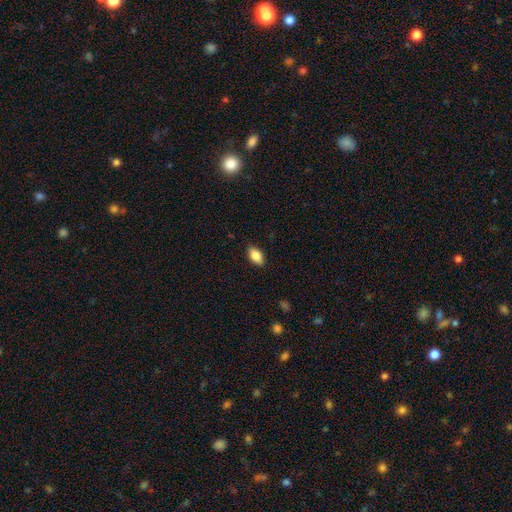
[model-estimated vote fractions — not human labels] Smooth or featured: smooth — 85% (featured or disk — 8%)
How rounded: in between — 91% (round — 5%)
Merging: none — 87% (minor disturbance — 10%)